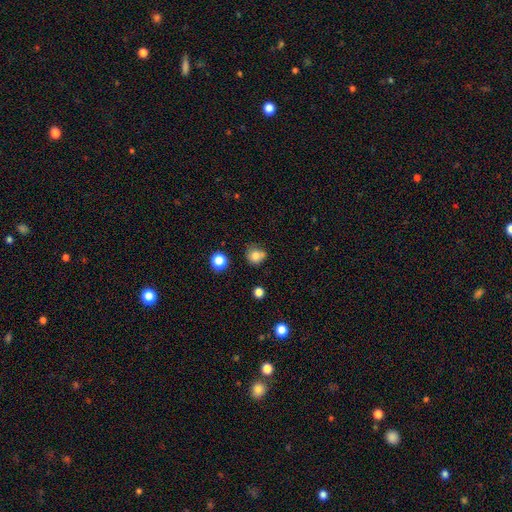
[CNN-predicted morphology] smooth 80%, star or artifact 13%, featured or disk 8%. Down the decision tree: how rounded — round (85%); merging — none (62%).